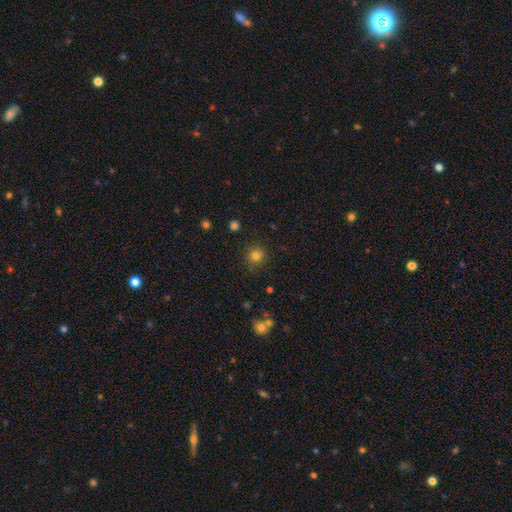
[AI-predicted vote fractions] This appears to be a smooth galaxy with no disk features (80%) that is round (92%). Merging: none (87%).